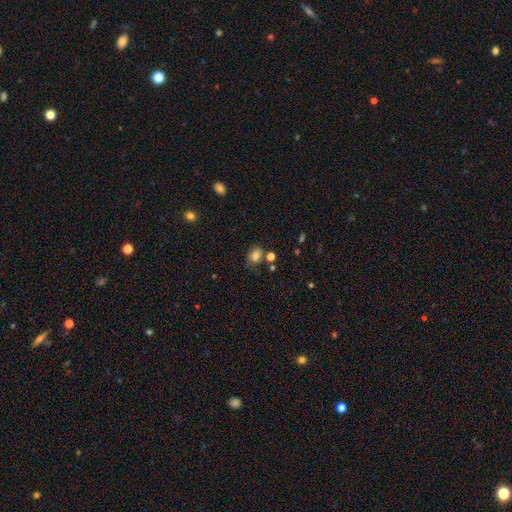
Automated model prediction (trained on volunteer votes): This appears to be a smooth galaxy with no disk features (78%) that is in between round and cigar-shaped (62%). Merging: none (64%).